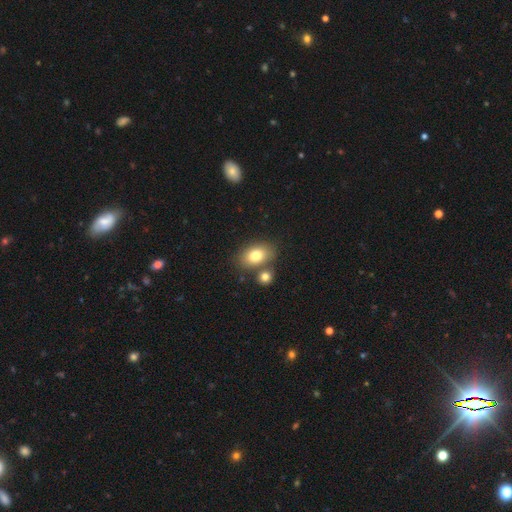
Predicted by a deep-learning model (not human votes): Q: Smooth or featured?
A: smooth (79%); runner-up: featured or disk (12%)
Q: How rounded?
A: in between (82%); runner-up: round (16%)
Q: Merging?
A: none (62%); runner-up: merger (23%)